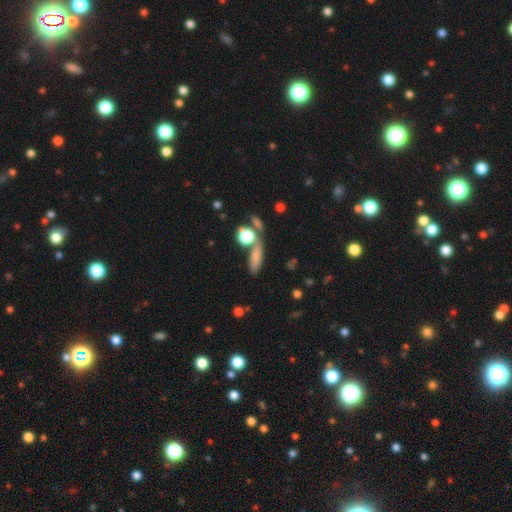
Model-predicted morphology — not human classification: A smooth galaxy with no disk features (75%) that is in between round and cigar-shaped (46%). Merging: none (60%).